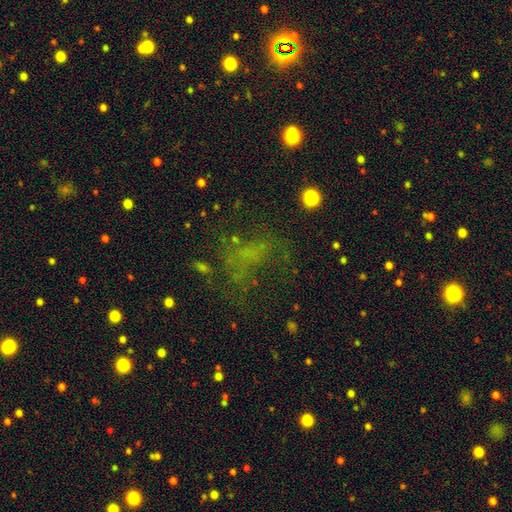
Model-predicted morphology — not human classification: star or artifact 42%, smooth 34%, featured or disk 24%.